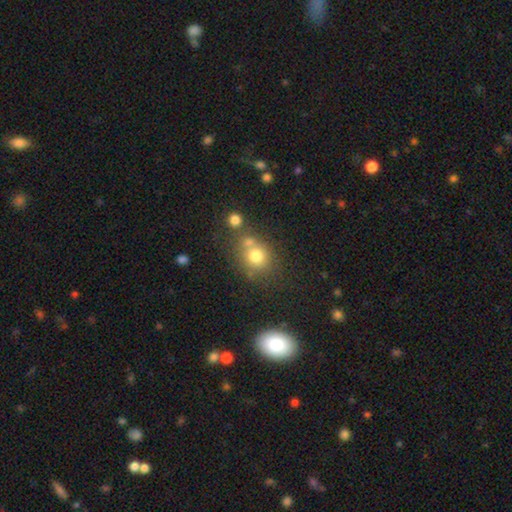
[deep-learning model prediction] A smooth galaxy with no disk features (73%) that is round (75%). Merging: none (52%).